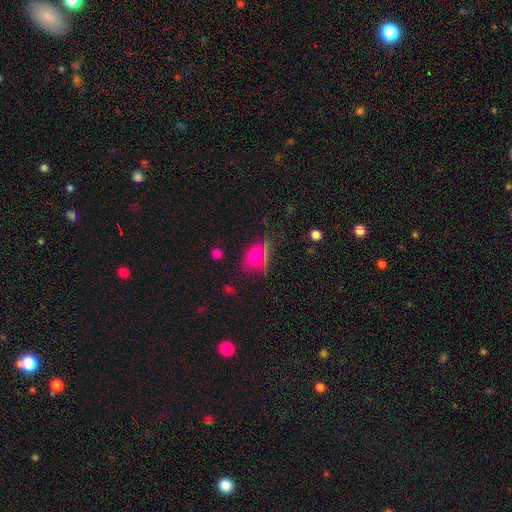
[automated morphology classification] Q: Smooth or featured?
A: smooth (72%); runner-up: star or artifact (19%)
Q: How rounded?
A: in between (60%); runner-up: round (36%)
Q: Merging?
A: none (72%); runner-up: minor disturbance (18%)